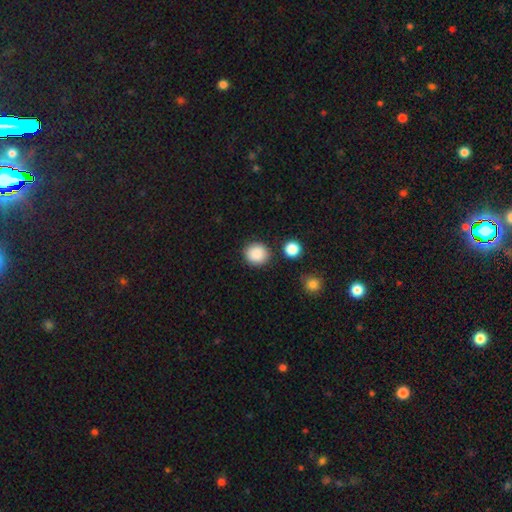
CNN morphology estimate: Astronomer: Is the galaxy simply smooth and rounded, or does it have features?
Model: smooth — 88%.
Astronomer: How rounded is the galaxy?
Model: round — 88%.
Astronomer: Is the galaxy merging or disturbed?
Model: none — 86%.